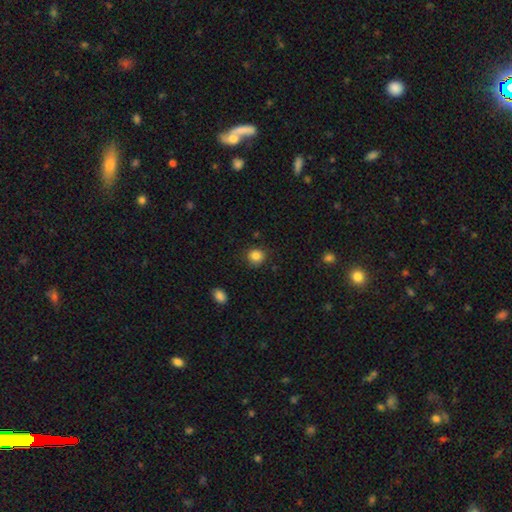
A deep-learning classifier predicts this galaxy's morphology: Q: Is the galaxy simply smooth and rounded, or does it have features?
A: smooth — 85%.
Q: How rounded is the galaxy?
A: round — 88%.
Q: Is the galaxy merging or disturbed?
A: none — 86%.